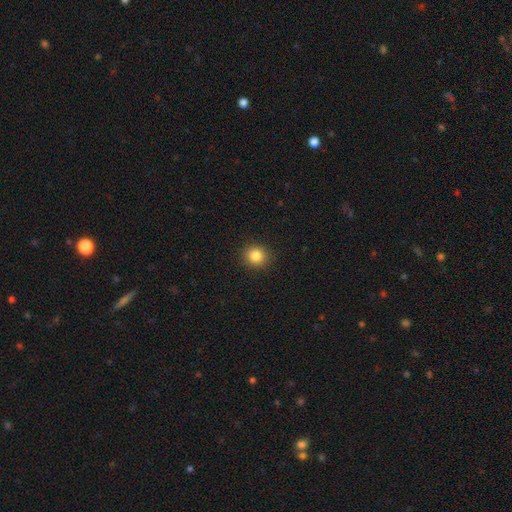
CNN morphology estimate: Overall: smooth (84%). How rounded: round (87%). Merging: none (91%).